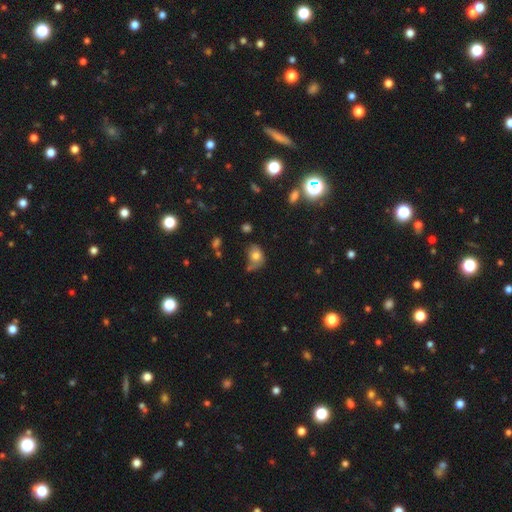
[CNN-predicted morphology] Overall: smooth (75%). How rounded: in between (64%; round 35%). Merging: none (41%; minor disturbance 31%).